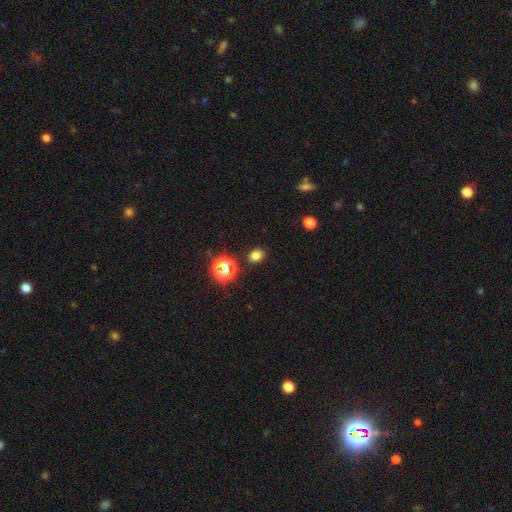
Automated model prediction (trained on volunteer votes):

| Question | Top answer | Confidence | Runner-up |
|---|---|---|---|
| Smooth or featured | smooth | 76% | star or artifact (19%) |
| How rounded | round | 56% | in between (43%) |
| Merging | none | 87% | minor disturbance (8%) |